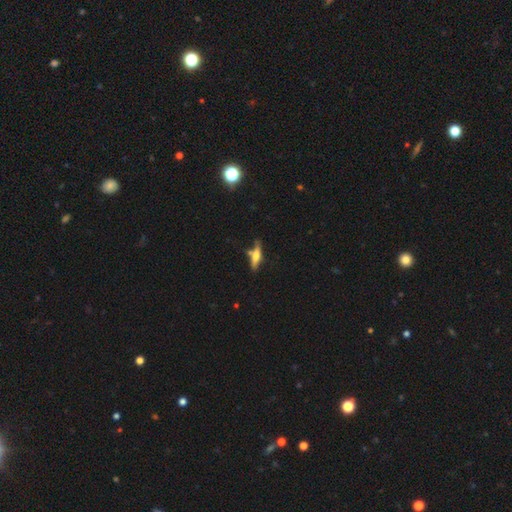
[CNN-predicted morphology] Smooth or featured?
  - featured or disk: 48% *
  - smooth: 44%
  - star or artifact: 8%
Merging?
  - none: 65% *
  - minor disturbance: 19%
  - merger: 11%
  - major disturbance: 6%